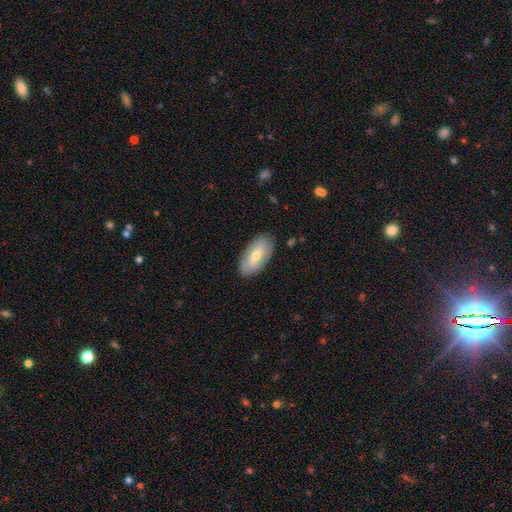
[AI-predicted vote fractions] Smooth or featured? smooth (53%)
How rounded? in between (92%)
Merging? none (86%)